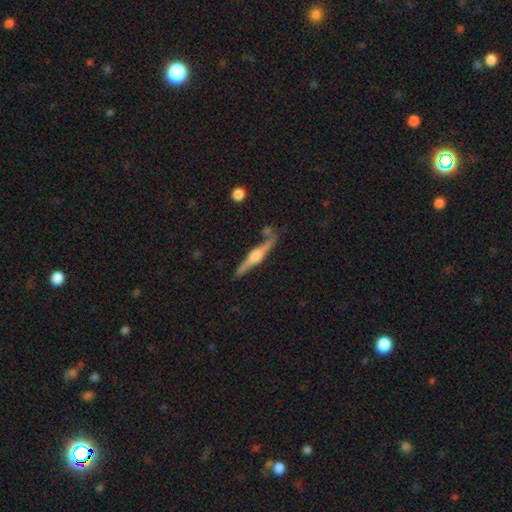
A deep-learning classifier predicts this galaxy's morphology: This is clearly a featured or disk galaxy (80%). It is clearly viewed edge-on (97%). Edge-on bulge: clearly rounded (88%). Merging: likely none (79%).